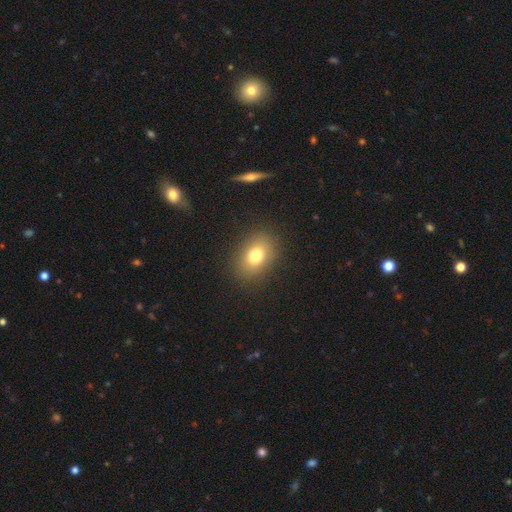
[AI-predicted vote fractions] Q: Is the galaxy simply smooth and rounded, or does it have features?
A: smooth — 77%.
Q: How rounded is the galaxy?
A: in between — 71%.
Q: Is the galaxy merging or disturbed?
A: none — 87%.